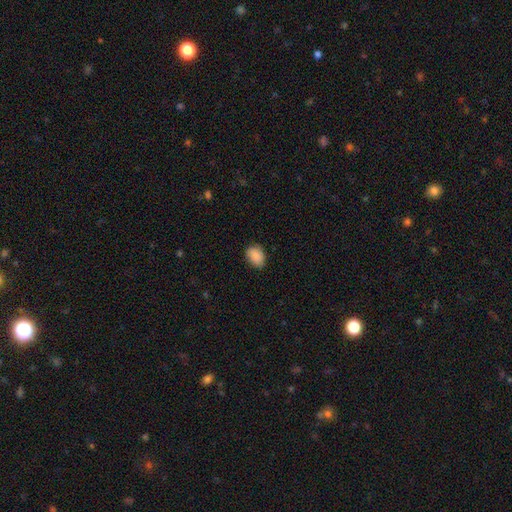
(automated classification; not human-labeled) This appears to be a smooth galaxy with no disk features (88%) that is in between round and cigar-shaped (77%). Merging: none (78%).